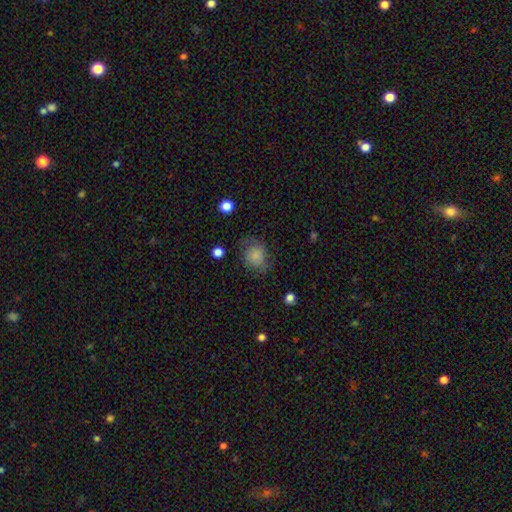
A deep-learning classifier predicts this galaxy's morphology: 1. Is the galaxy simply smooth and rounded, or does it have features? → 77% smooth, 13% featured or disk, 10% star or artifact.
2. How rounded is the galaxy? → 62% round, 37% in between, 1% cigar-shaped.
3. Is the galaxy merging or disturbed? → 62% none, 24% minor disturbance, 12% major disturbance, 2% merger.